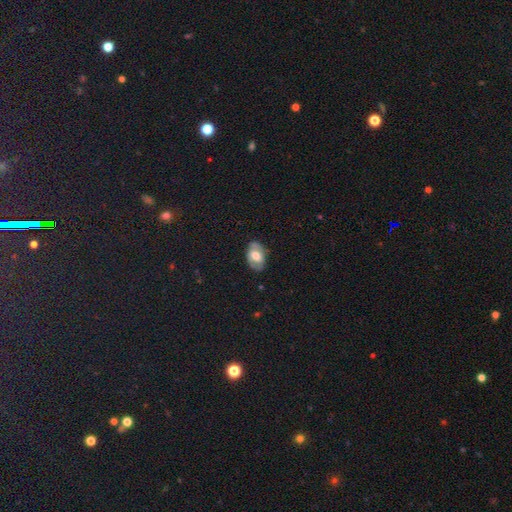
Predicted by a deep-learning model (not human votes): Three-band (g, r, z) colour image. It shows a featured or disk galaxy (51%). Merging: none (75%).